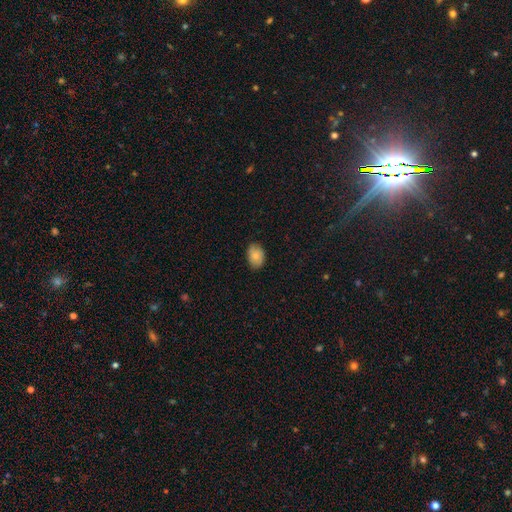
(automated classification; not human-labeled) The model was most divided on "how rounded": in between: 80%, round: 19%, cigar-shaped: 1%. More confident: merging — none (83%); smooth or featured — smooth (81%).